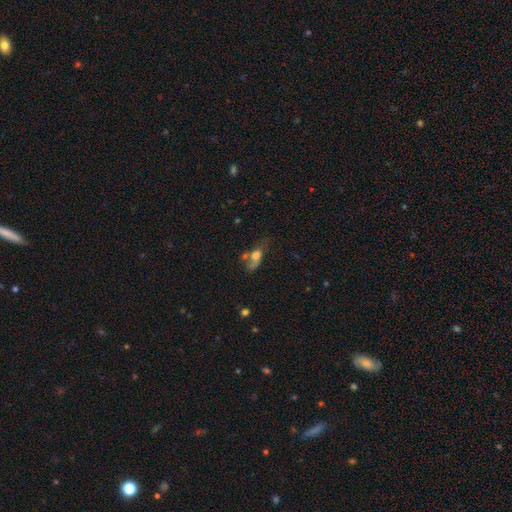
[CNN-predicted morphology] Overall: smooth (56%; featured or disk 31%). How rounded: in between (63%). Merging: merger (31%; none 27%).